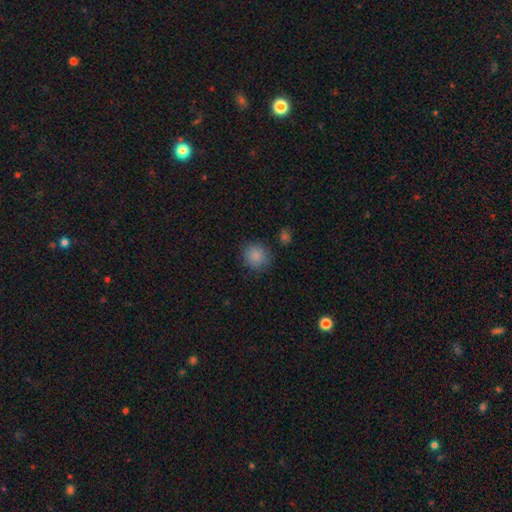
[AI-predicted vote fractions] Smooth or featured?
  - smooth: 87% *
  - star or artifact: 9%
  - featured or disk: 4%
How rounded?
  - round: 87% *
  - in between: 12%
  - cigar-shaped: 1%
Merging?
  - none: 85% *
  - minor disturbance: 10%
  - major disturbance: 3%
  - merger: 3%